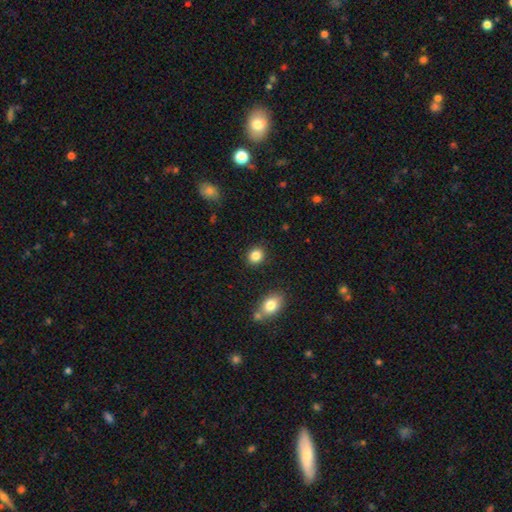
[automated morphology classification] This appears to be a smooth galaxy with no disk features (86%) that is round (68%). Merging: none (88%).